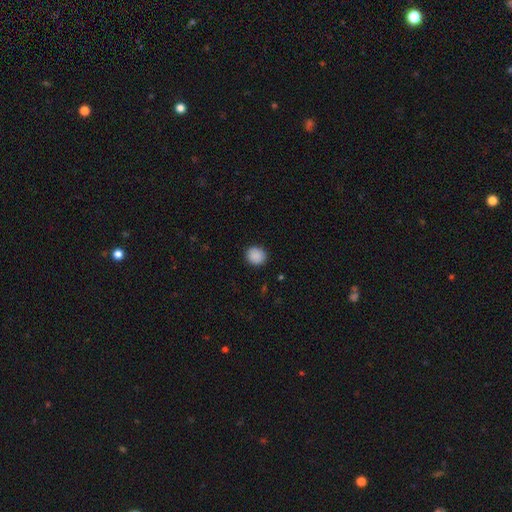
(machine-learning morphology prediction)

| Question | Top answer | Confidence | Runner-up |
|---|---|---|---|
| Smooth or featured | smooth | 90% | star or artifact (8%) |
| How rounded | round | 78% | in between (21%) |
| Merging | none | 90% | minor disturbance (7%) |